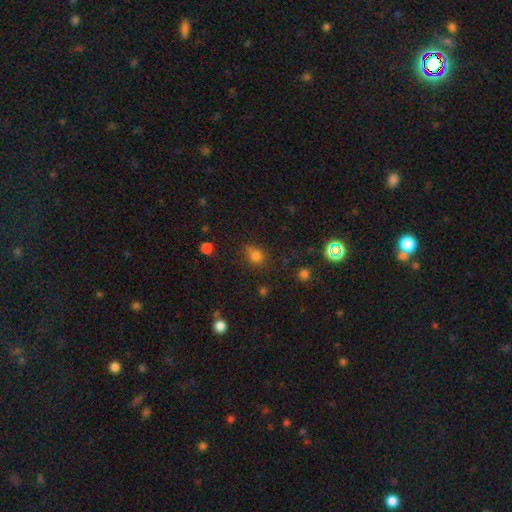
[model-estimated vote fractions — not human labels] smooth 76%, star or artifact 18%, featured or disk 6%. Down the decision tree: how rounded — round (64%); merging — none (72%).